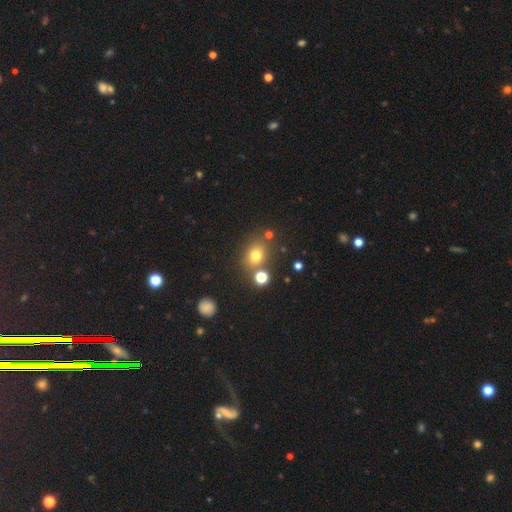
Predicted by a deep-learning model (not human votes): Smooth or featured? smooth (71%)
How rounded? round (61%)
Merging? none (71%)